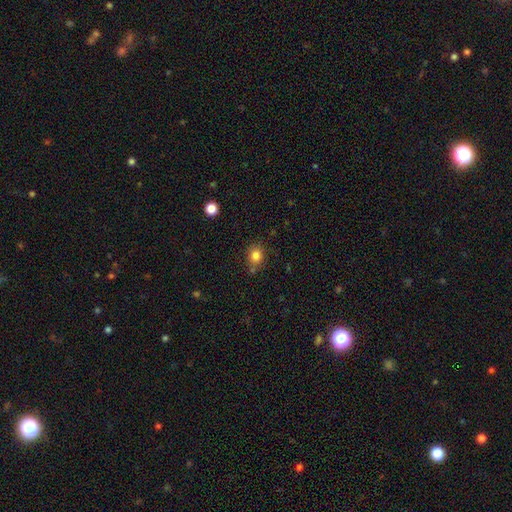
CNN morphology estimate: smooth-or-featured: smooth: 82% | star or artifact: 12% | featured or disk: 6%
  how-rounded: round: 72% | in between: 27% | cigar-shaped: 1%
  merging: none: 77% | minor disturbance: 13% | merger: 7% | major disturbance: 3%